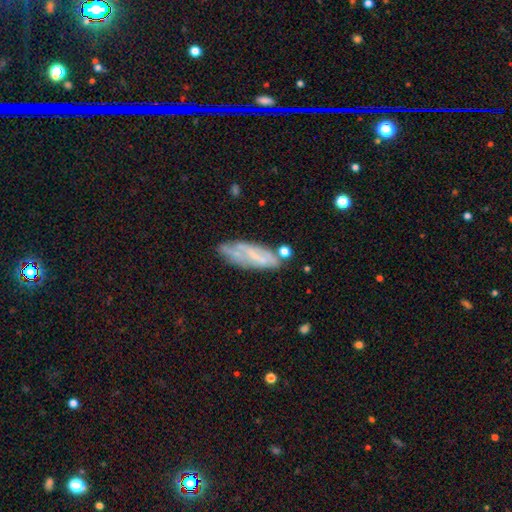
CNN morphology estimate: Q: Smooth or featured?
A: featured or disk (56%); runner-up: smooth (35%)
Q: Edge-on disk?
A: no (76%); runner-up: yes (24%)
Q: Merging?
A: none (54%); runner-up: minor disturbance (24%)